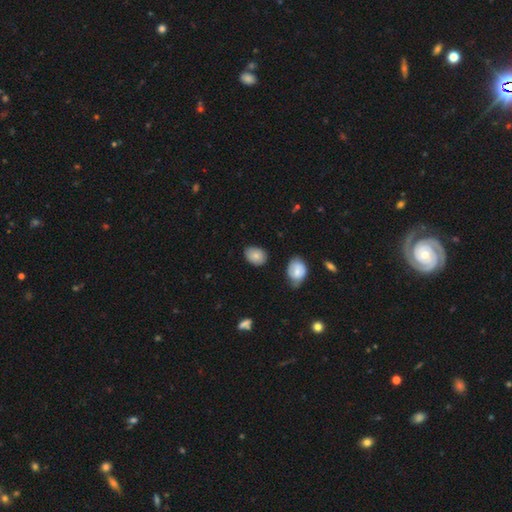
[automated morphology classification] A smooth galaxy with no disk features (80%) that is in between round and cigar-shaped (68%). Merging: none (75%).